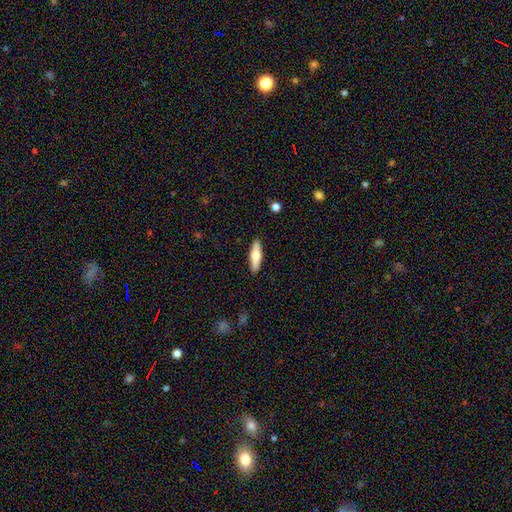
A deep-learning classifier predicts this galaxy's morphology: Smooth or featured? smooth (65%)
How rounded? cigar-shaped (58%)
Merging? none (89%)